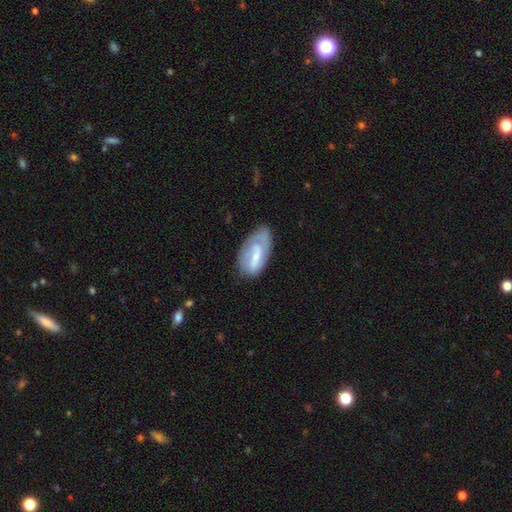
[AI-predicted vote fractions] Morphology: type=featured or disk (56%); edge-on=no (94%); bar=weak (46%); spiral arms=yes (68%); bulge=small (47%); merging=none (52%).